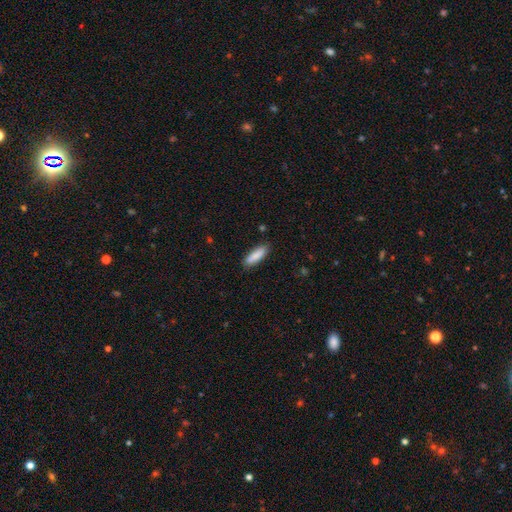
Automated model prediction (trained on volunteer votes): Smooth or featured? smooth (87%)
How rounded? cigar-shaped (53%)
Merging? none (85%)